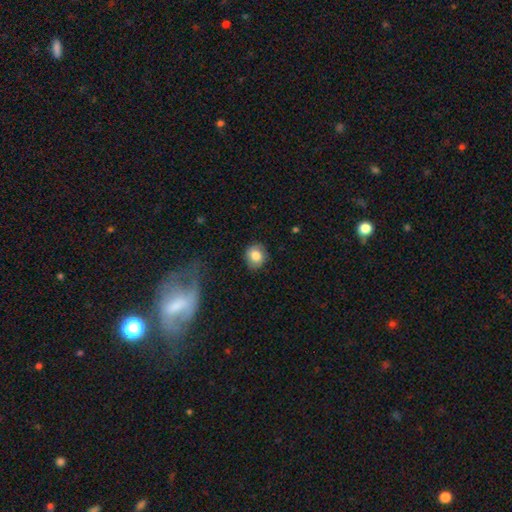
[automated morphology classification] The model was most divided on "how rounded": round: 78%, in between: 21%, cigar-shaped: 1%. More confident: merging — none (81%); smooth or featured — smooth (79%).